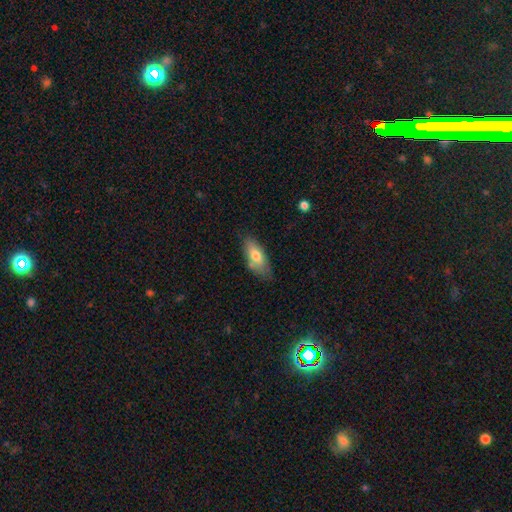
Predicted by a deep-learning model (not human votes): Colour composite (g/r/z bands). It shows a smooth galaxy with no disk features (72%) that is in between round and cigar-shaped (83%). Merging: none (68%).